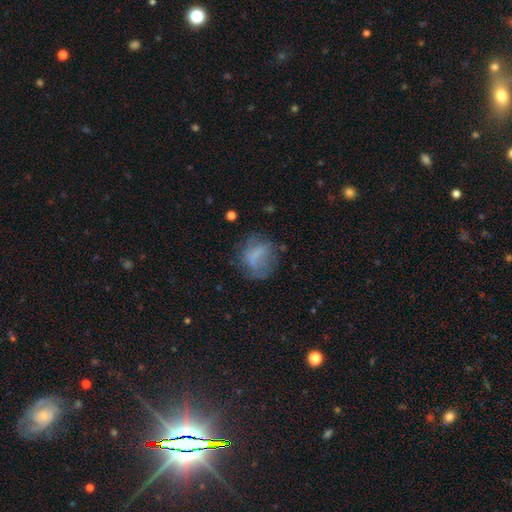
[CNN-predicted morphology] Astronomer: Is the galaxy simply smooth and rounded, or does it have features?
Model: smooth — 54% (runner-up: featured or disk, 32%).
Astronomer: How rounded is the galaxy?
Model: round — 58% (runner-up: in between, 39%).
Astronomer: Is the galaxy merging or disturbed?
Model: none — 50%.